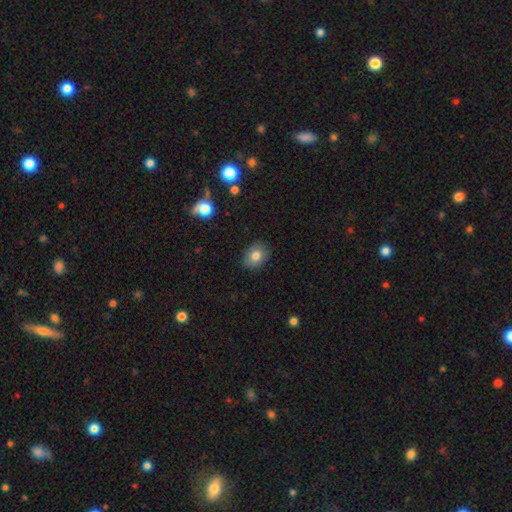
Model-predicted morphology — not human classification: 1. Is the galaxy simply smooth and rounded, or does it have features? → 80% smooth, 11% featured or disk, 10% star or artifact.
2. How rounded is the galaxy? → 59% in between, 40% round, 1% cigar-shaped.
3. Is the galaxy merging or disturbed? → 86% none, 11% minor disturbance, 2% major disturbance, 1% merger.